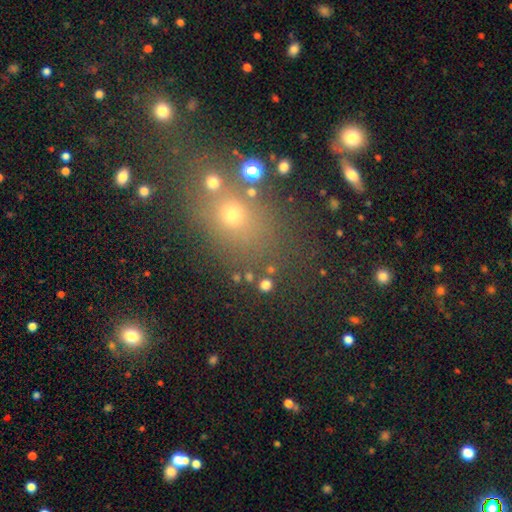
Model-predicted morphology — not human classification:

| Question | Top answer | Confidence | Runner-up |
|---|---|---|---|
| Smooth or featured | smooth | 51% | star or artifact (36%) |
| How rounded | in between | 48% | tied: round (48%) |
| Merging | none | 68% | merger (14%) |